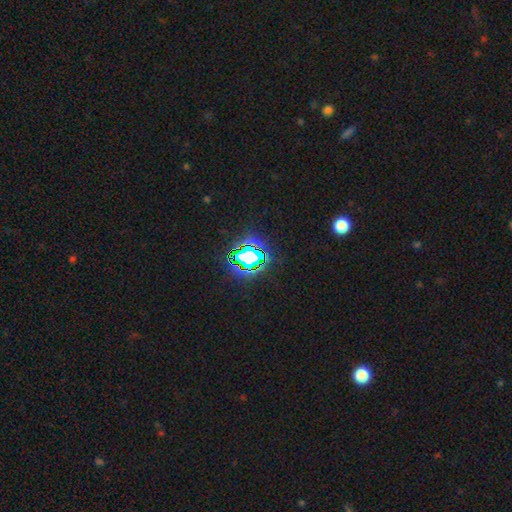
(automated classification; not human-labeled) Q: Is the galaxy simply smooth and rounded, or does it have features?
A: star or artifact — 82%.